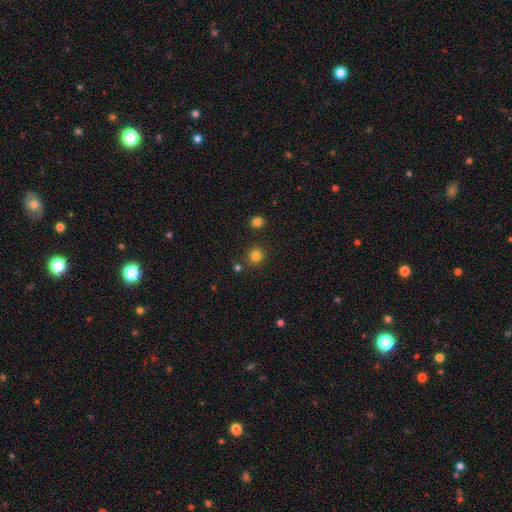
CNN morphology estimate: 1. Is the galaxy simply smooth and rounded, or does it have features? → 81% smooth, 14% star or artifact, 5% featured or disk.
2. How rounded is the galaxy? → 93% round, 6% in between, 1% cigar-shaped.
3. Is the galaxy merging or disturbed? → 85% none, 7% minor disturbance, 5% merger, 2% major disturbance.